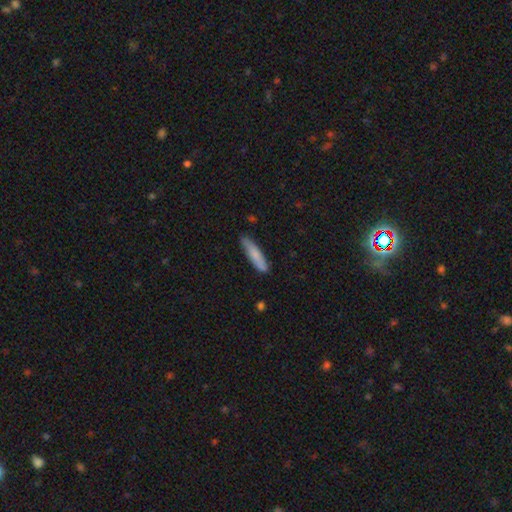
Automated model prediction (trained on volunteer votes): Smooth or featured? smooth (78%)
How rounded? cigar-shaped (83%)
Merging? none (81%)